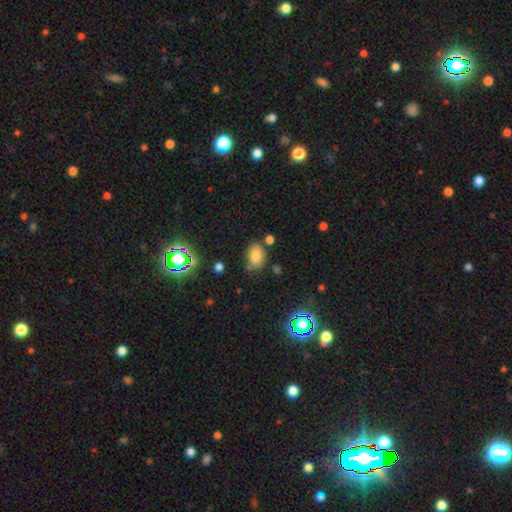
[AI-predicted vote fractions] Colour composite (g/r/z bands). It shows a smooth galaxy with no disk features (75%) that is in between round and cigar-shaped (78%). Merging: none (69%).